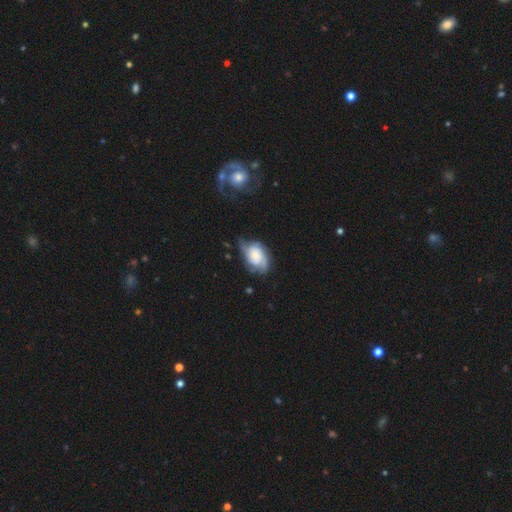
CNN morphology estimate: smooth-or-featured: featured or disk: 66% | smooth: 26% | star or artifact: 7%
  disk-edge-on: no: 96% | yes: 4%
    bar: no: 70% | weak: 25% | strong: 5%
    has-spiral-arms: yes: 90% | no: 10%
      spiral-winding: tight: 45% | medium: 39% | loose: 16%
      spiral-arm-count: 2: 36% | can't tell: 29% | 3: 21% | 1: 6% | 4: 5% | more than 4: 3%
    bulge-size: small: 32% | moderate: 29% | large: 20% | none: 14% | dominant: 4%
  merging: none: 52% | minor disturbance: 29% | major disturbance: 16% | merger: 3%